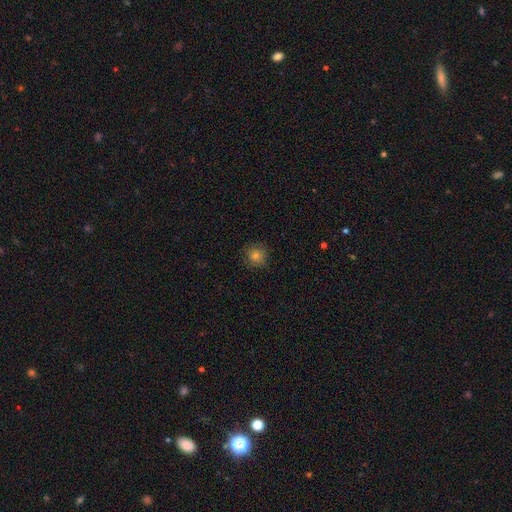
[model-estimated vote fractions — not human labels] Q: Smooth or featured?
A: smooth (73%); runner-up: star or artifact (16%)
Q: How rounded?
A: round (93%); runner-up: in between (6%)
Q: Merging?
A: none (86%); runner-up: minor disturbance (10%)